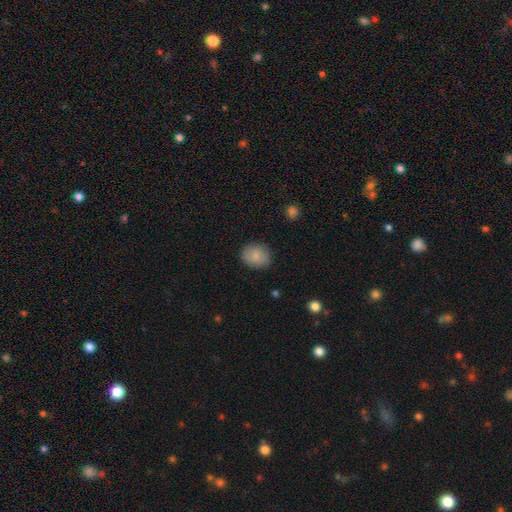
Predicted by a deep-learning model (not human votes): smooth-or-featured: smooth: 84% | star or artifact: 8% | featured or disk: 8%
  how-rounded: round: 62% | in between: 37% | cigar-shaped: 1%
  merging: none: 86% | minor disturbance: 11% | major disturbance: 3% | merger: 1%